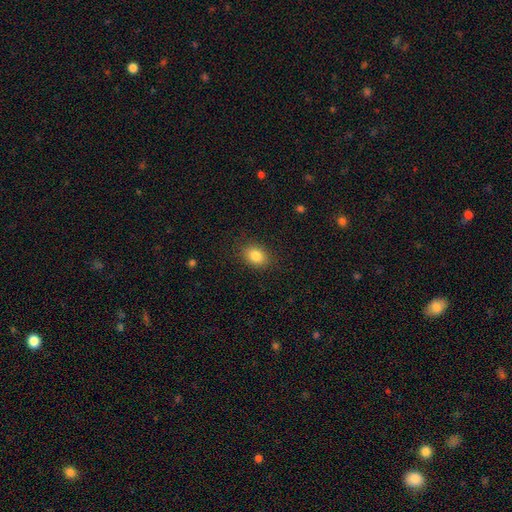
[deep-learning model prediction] This appears to be a smooth galaxy with no disk features (84%) that is in between round and cigar-shaped (63%). Merging: none (87%).